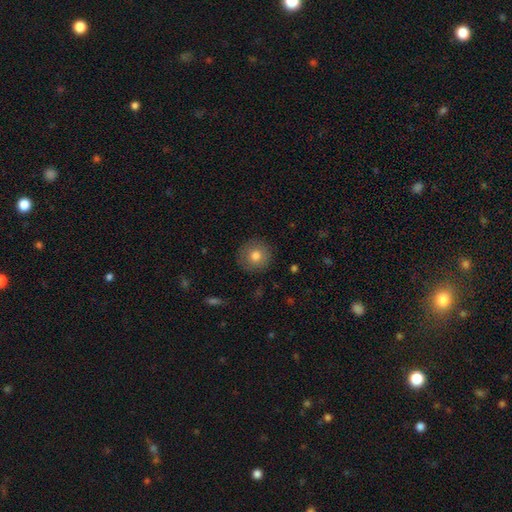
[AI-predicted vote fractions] Morphology: type=smooth (79%); roundness=round (95%); merging=none (90%).